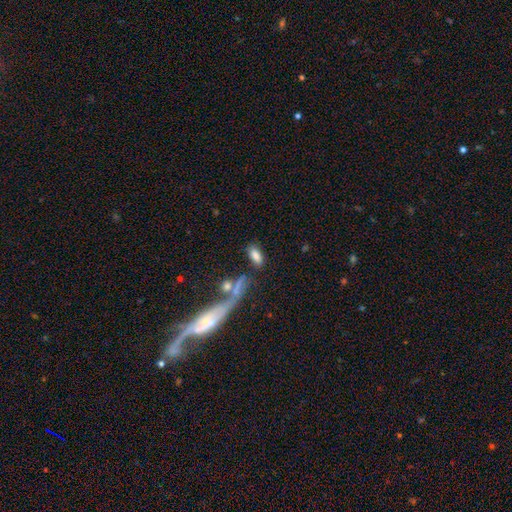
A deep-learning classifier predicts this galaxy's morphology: smooth 81%, featured or disk 11%, star or artifact 8%. Down the decision tree: how rounded — in between (85%); merging — none (64%).